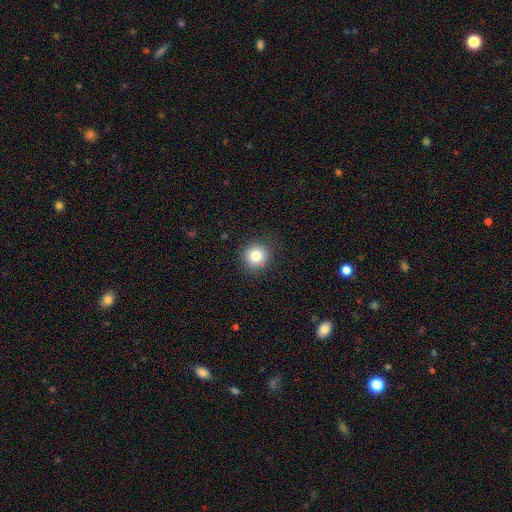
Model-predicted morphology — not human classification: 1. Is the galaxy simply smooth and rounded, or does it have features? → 83% smooth, 11% star or artifact, 7% featured or disk.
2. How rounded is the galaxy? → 91% round, 8% in between, 1% cigar-shaped.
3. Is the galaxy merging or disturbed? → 89% none, 8% minor disturbance, 2% major disturbance, 1% merger.